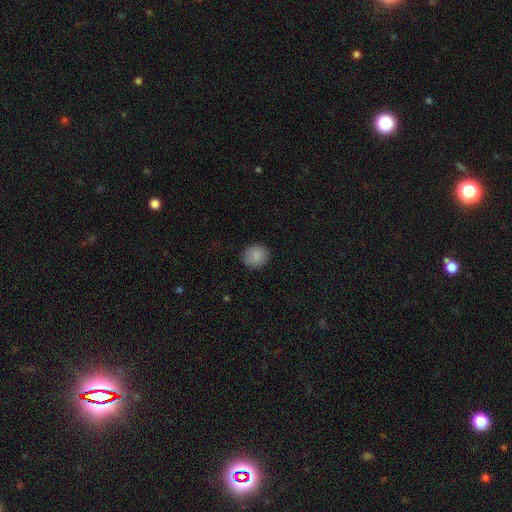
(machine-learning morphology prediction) smooth_or_featured: smooth (p=0.87) [alt: star or artifact p=0.08]
how_rounded: round (p=0.78) [alt: in between p=0.21]
merging: none (p=0.87) [alt: minor disturbance p=0.09]